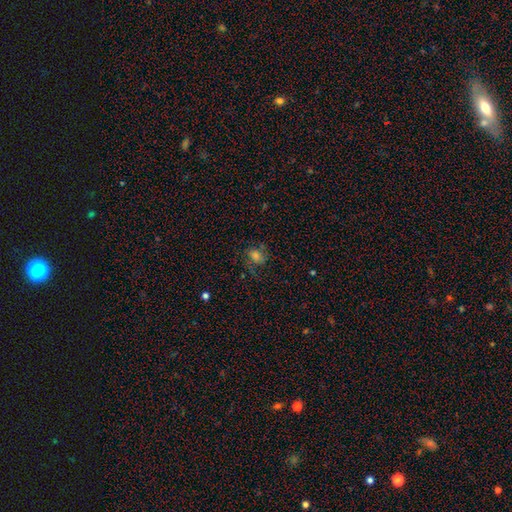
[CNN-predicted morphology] smooth-or-featured: smooth: 44% | featured or disk: 34% | star or artifact: 22%
  merging: none: 56% | major disturbance: 22% | minor disturbance: 19% | merger: 3%